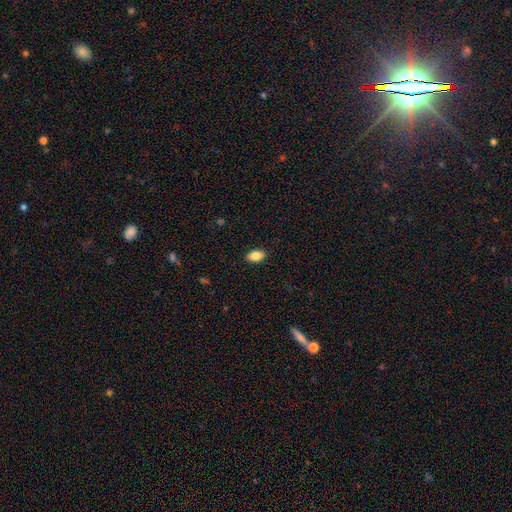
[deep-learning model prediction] Smooth or featured?
  - smooth: 86% *
  - star or artifact: 8%
  - featured or disk: 7%
How rounded?
  - in between: 91% *
  - round: 6%
  - cigar-shaped: 3%
Merging?
  - none: 89% *
  - minor disturbance: 8%
  - major disturbance: 2%
  - merger: 1%